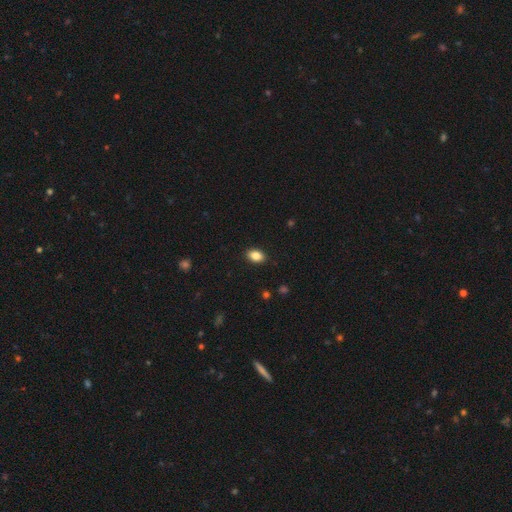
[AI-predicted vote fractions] A smooth galaxy with no disk features (86%) that is in between round and cigar-shaped (86%). Merging: none (89%).